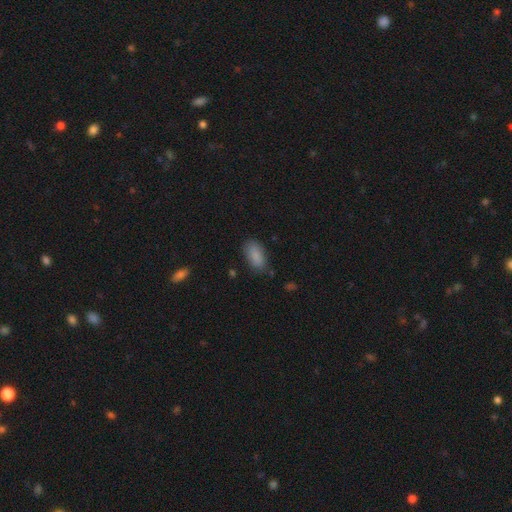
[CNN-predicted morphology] Smooth or featured? smooth (87%)
How rounded? in between (92%)
Merging? none (75%)